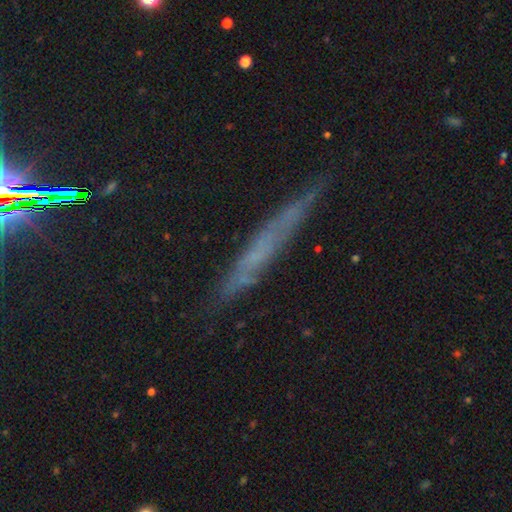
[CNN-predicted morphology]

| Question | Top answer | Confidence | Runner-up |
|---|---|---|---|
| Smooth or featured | featured or disk | 49% | smooth (36%) |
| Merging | none | 78% | minor disturbance (16%) |